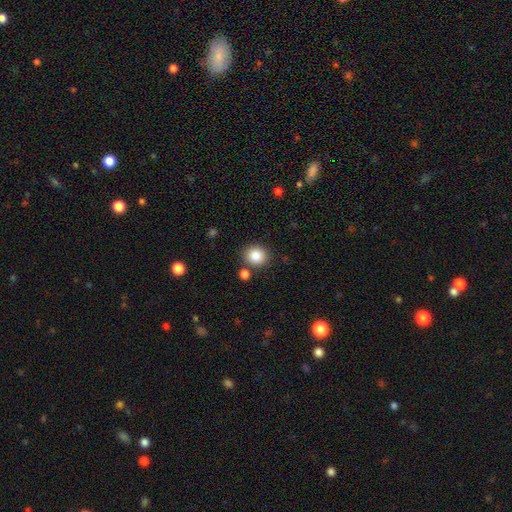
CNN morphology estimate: A smooth galaxy with no disk features (85%) that is round (82%).

Vote fractions:
- Smooth or featured? smooth: 85% / star or artifact: 10% / featured or disk: 5%
- How rounded? round: 82% / in between: 17% / cigar-shaped: 1%
- Merging? none: 82% / minor disturbance: 9% / merger: 7% / major disturbance: 3%